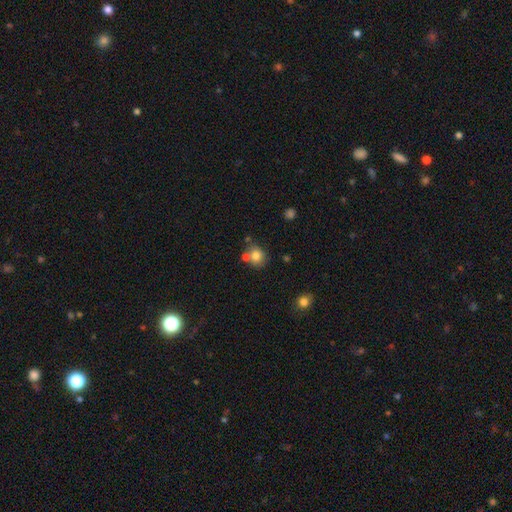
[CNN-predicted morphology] Q: Smooth or featured?
A: smooth (78%); runner-up: star or artifact (11%)
Q: How rounded?
A: round (74%); runner-up: in between (25%)
Q: Merging?
A: none (57%); runner-up: merger (26%)